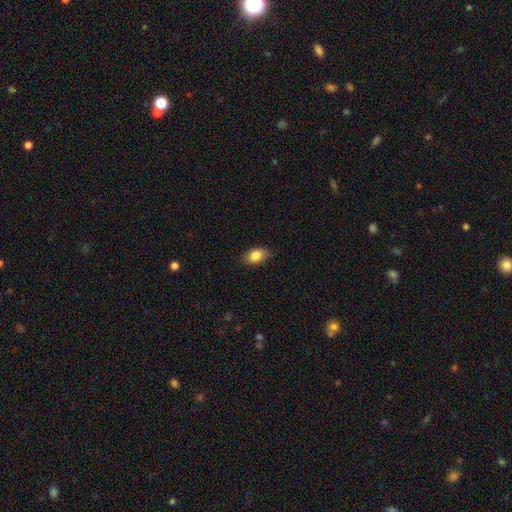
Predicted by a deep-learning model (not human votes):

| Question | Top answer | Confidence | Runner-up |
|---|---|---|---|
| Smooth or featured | smooth | 84% | featured or disk (8%) |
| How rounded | in between | 87% | round (10%) |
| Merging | none | 84% | minor disturbance (12%) |